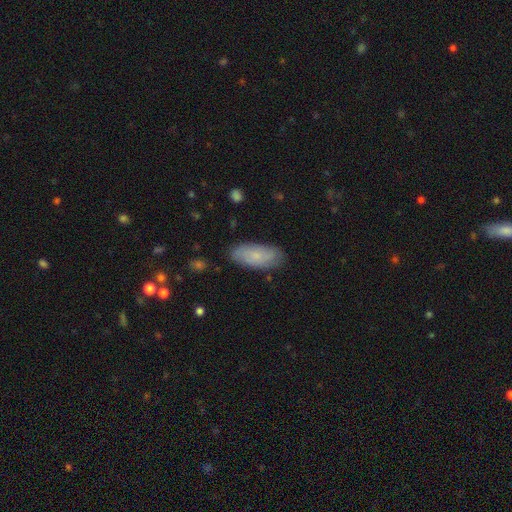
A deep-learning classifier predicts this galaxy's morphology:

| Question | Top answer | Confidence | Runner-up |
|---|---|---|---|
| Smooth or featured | smooth | 69% | featured or disk (23%) |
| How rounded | in between | 86% | cigar-shaped (12%) |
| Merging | none | 82% | minor disturbance (14%) |